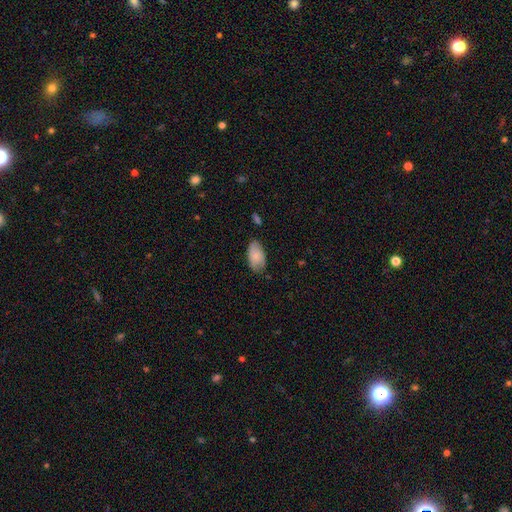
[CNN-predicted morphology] smooth-or-featured: smooth: 81% | featured or disk: 13% | star or artifact: 6%
  how-rounded: in between: 95% | round: 3% | cigar-shaped: 2%
  merging: none: 73% | minor disturbance: 22% | major disturbance: 4% | merger: 2%